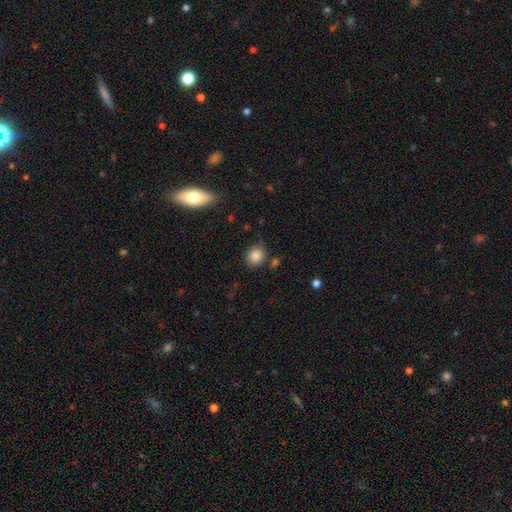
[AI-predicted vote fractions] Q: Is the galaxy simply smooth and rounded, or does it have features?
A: smooth — 85%.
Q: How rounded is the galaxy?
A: round — 71%.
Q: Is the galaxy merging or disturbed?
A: none — 77%.